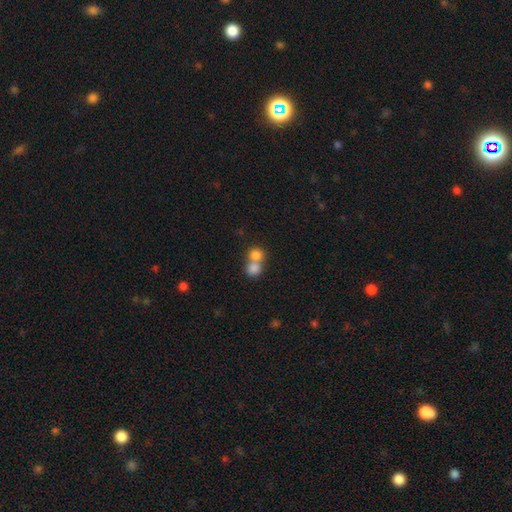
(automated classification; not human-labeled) Overall: smooth (80%). How rounded: round (81%). Merging: merger (62%; none 31%).